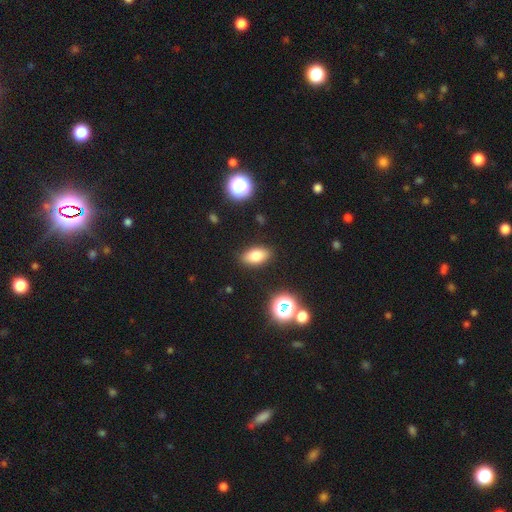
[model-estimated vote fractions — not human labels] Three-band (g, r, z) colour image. It shows a smooth galaxy with no disk features (79%) that is in between round and cigar-shaped (89%). Merging: none (87%).